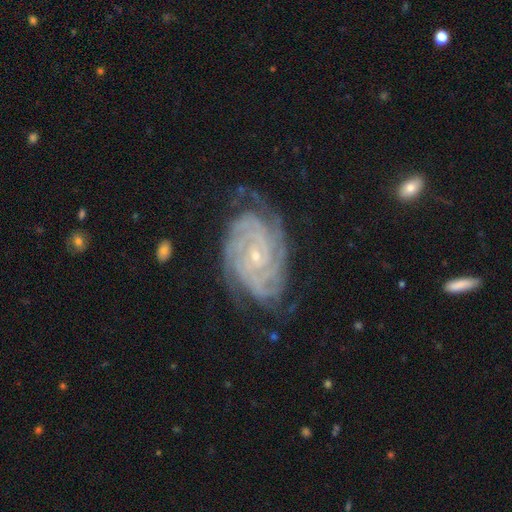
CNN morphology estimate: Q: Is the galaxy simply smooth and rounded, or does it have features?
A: featured or disk — 90%.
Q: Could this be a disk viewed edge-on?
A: no — 97%.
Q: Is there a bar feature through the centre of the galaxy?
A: no — 68%.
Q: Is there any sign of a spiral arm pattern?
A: yes — 98%.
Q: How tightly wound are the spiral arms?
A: tight — 82%.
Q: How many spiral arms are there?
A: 4 — 32%.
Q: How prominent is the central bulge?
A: small — 81%.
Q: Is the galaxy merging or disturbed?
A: none — 74%.